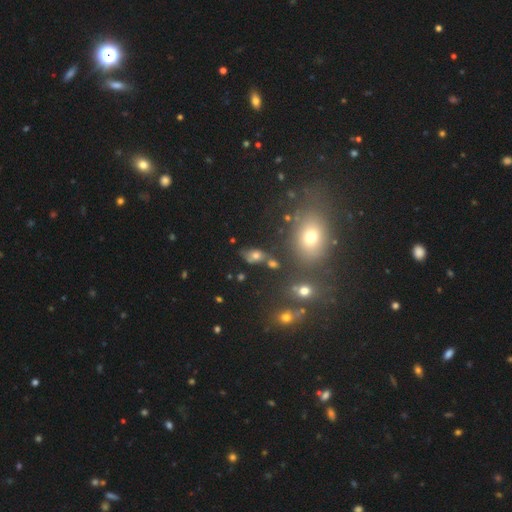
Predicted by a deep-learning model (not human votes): A smooth galaxy with no disk features (58%) that is in between round and cigar-shaped (75%).

Vote fractions:
- Smooth or featured? smooth: 58% / star or artifact: 21% / featured or disk: 21%
- How rounded? in between: 75% / round: 21% / cigar-shaped: 4%
- Merging? none: 64% / minor disturbance: 16% / merger: 12% / major disturbance: 8%